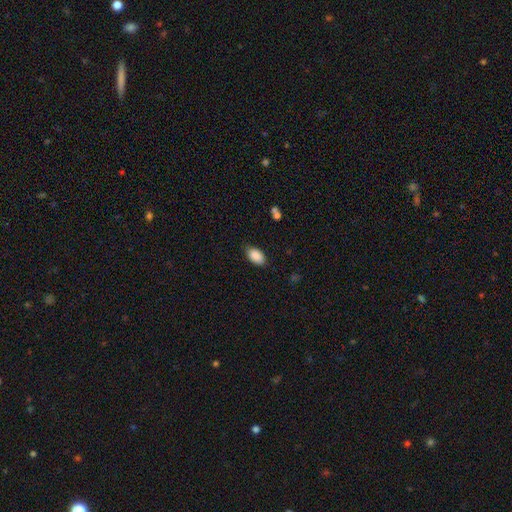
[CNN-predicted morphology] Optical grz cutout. It shows a smooth galaxy with no disk features (89%) that is in between round and cigar-shaped (93%). Merging: none (80%).